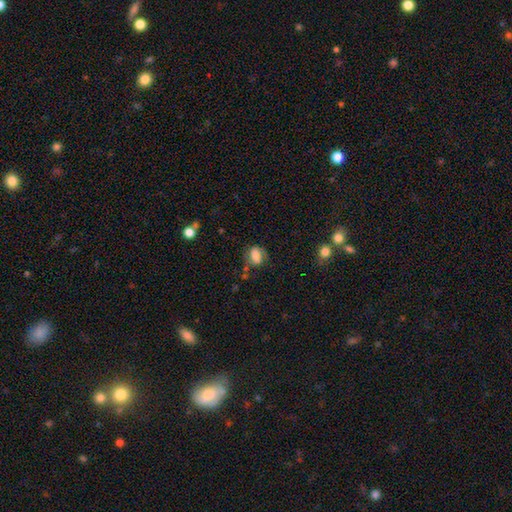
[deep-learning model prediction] smooth-or-featured: smooth: 73% | featured or disk: 17% | star or artifact: 10%
  how-rounded: in between: 70% | round: 28% | cigar-shaped: 2%
  merging: none: 59% | minor disturbance: 25% | major disturbance: 11% | merger: 5%